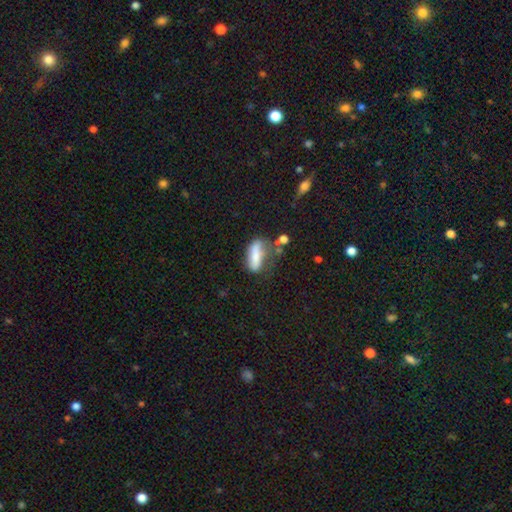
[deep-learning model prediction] The model was most divided on "merging": none: 30%, major disturbance: 29%, minor disturbance: 27%, merger: 14%. More confident: smooth or featured — smooth (67%); how rounded — in between (65%).